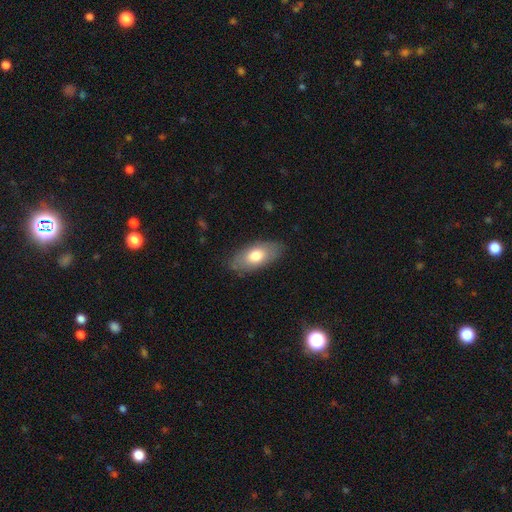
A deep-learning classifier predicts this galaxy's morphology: A smooth galaxy with no disk features (72%) that is in between round and cigar-shaped (89%). Merging: none (82%).